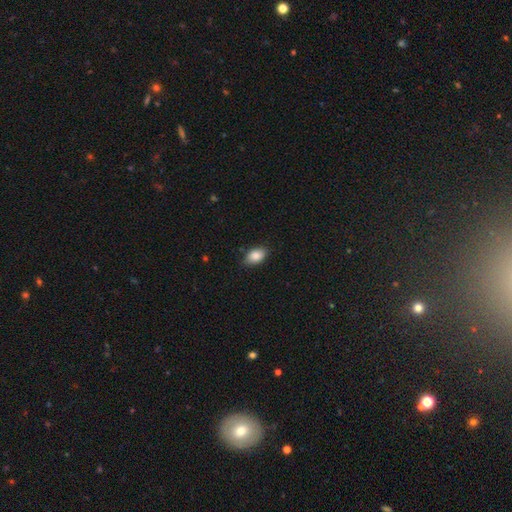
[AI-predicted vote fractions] smooth_or_featured: smooth (p=0.87) [alt: star or artifact p=0.07]
how_rounded: in between (p=0.91) [alt: round p=0.07]
merging: none (p=0.84) [alt: minor disturbance p=0.13]